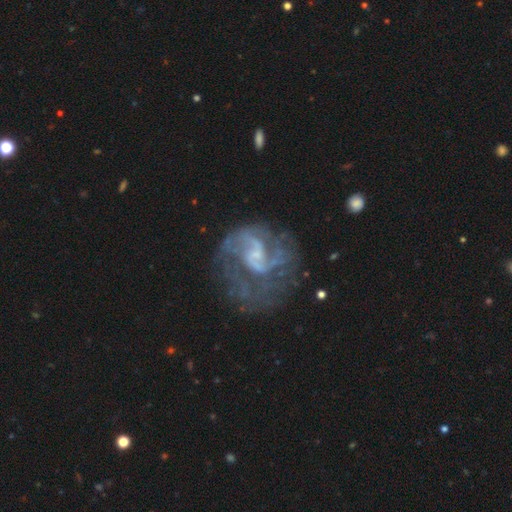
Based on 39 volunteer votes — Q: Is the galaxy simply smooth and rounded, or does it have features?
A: featured or disk — 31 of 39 (79%).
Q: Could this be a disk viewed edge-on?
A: no — 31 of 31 (100%).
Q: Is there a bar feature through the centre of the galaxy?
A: no — 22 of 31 (71%).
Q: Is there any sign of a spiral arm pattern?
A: yes — 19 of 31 (61%).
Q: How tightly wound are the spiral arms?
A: medium — 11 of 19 (58%).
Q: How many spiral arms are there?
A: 2 — 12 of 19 (63%).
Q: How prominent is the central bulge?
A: small — 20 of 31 (65%).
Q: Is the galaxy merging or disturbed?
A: none — 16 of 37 (43%).